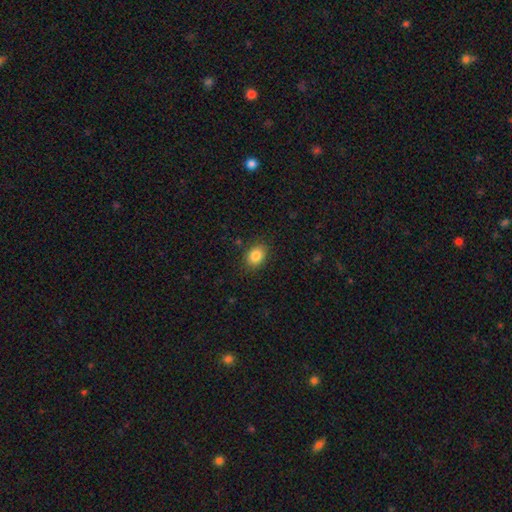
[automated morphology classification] smooth_or_featured: smooth (p=0.85) [alt: star or artifact p=0.09]
how_rounded: in between (p=0.61) [alt: round p=0.38]
merging: none (p=0.86) [alt: minor disturbance p=0.10]